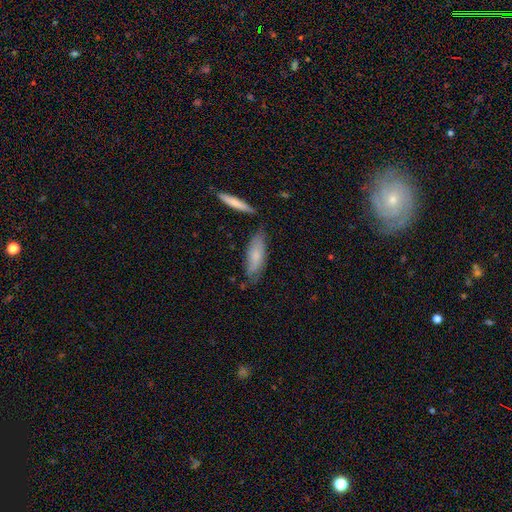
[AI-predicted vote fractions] Smooth or featured?
  - smooth: 66% *
  - featured or disk: 28%
  - star or artifact: 6%
How rounded?
  - in between: 53% *
  - cigar-shaped: 45%
  - round: 2%
Merging?
  - none: 65% *
  - minor disturbance: 23%
  - merger: 6%
  - major disturbance: 5%